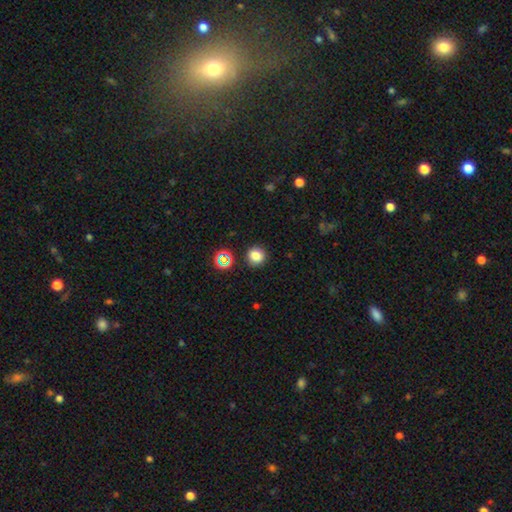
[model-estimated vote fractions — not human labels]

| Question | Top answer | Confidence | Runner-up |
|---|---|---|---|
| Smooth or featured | smooth | 78% | star or artifact (16%) |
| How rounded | round | 88% | in between (11%) |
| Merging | none | 88% | minor disturbance (7%) |